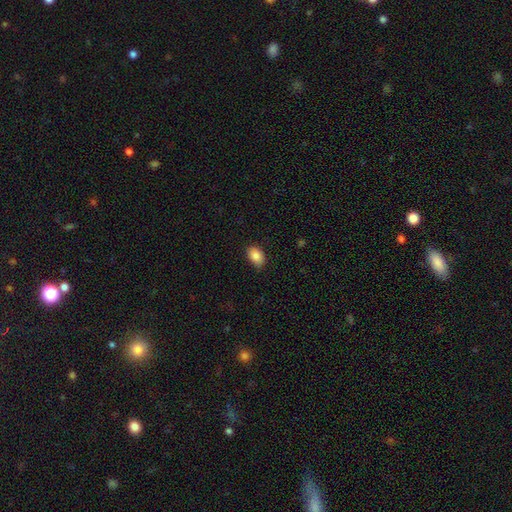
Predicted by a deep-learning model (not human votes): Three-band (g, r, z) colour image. It shows a smooth galaxy with no disk features (87%) that is in between round and cigar-shaped (84%). Merging: none (79%).